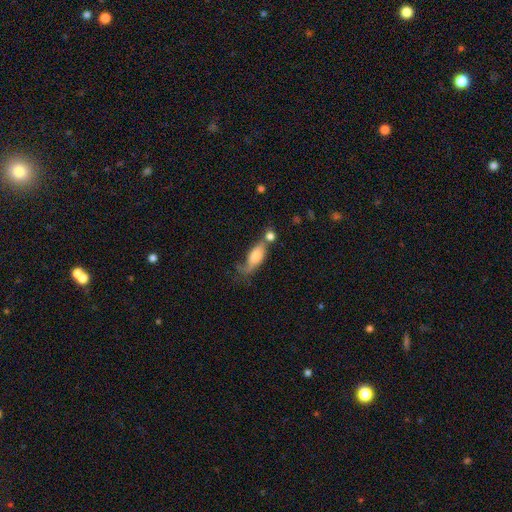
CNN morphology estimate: type=smooth (62%); roundness=in between (70%); merging=none (33%).